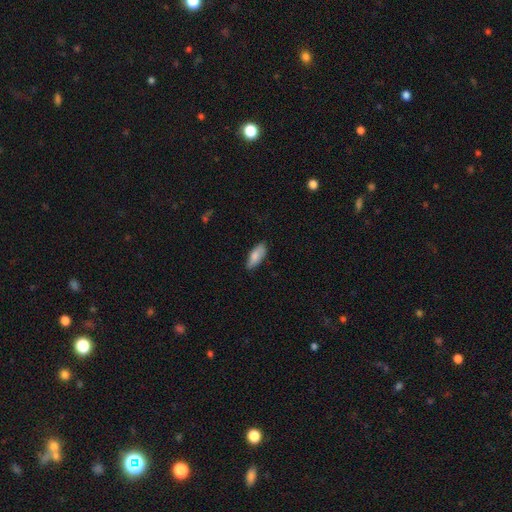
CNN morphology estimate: smooth-or-featured: smooth: 83% | featured or disk: 12% | star or artifact: 6%
  how-rounded: in between: 78% | cigar-shaped: 20% | round: 2%
  merging: none: 82% | minor disturbance: 15% | major disturbance: 2% | merger: 1%